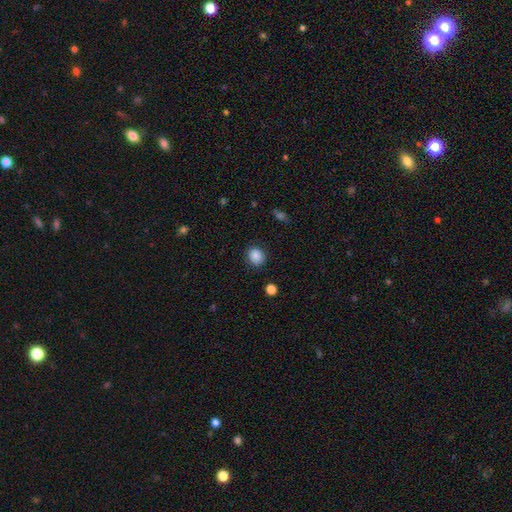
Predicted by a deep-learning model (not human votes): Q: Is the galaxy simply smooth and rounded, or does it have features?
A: smooth — 87%.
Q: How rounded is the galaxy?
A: round — 73%.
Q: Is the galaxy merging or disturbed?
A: none — 86%.